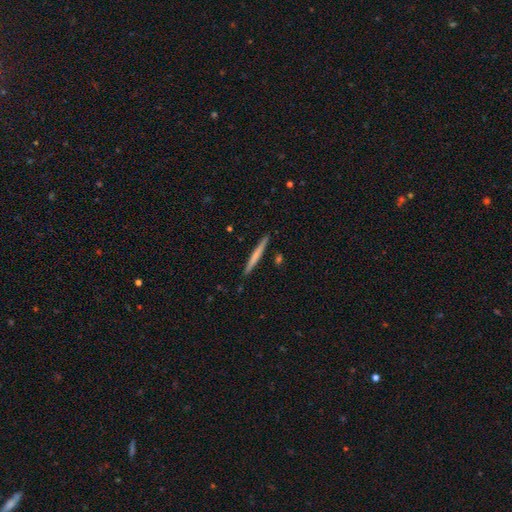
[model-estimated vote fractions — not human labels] Q: Smooth or featured?
A: smooth (58%); runner-up: featured or disk (37%)
Q: How rounded?
A: cigar-shaped (97%); runner-up: in between (2%)
Q: Merging?
A: none (91%); runner-up: minor disturbance (6%)